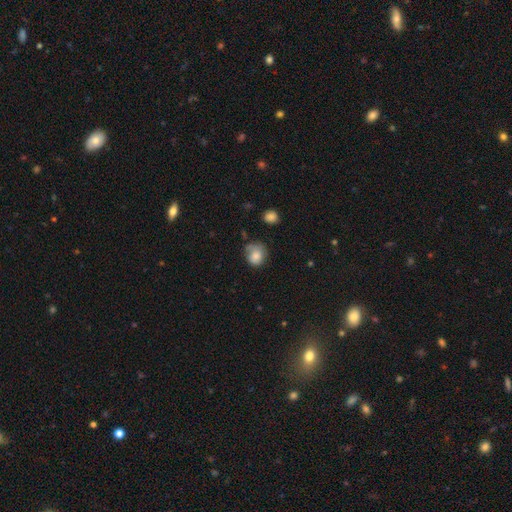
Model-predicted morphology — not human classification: Smooth or featured? Predicted: smooth (p=0.78). How rounded? Predicted: round (p=0.71). Merging? Predicted: none (p=0.50).